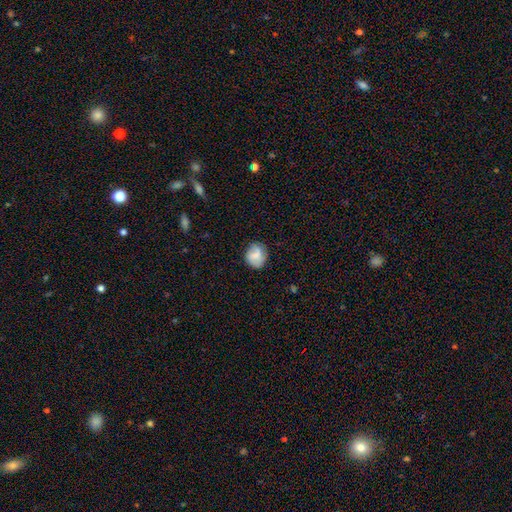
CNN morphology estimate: type=smooth (64%); roundness=round (67%); merging=none (75%).